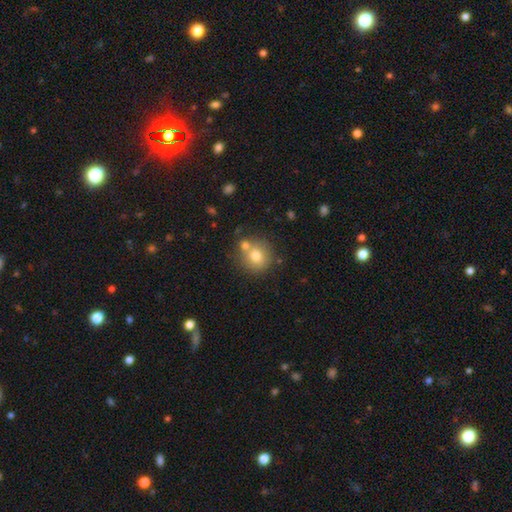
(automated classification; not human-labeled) Morphology: type=smooth (75%); roundness=round (89%); merging=none (62%).